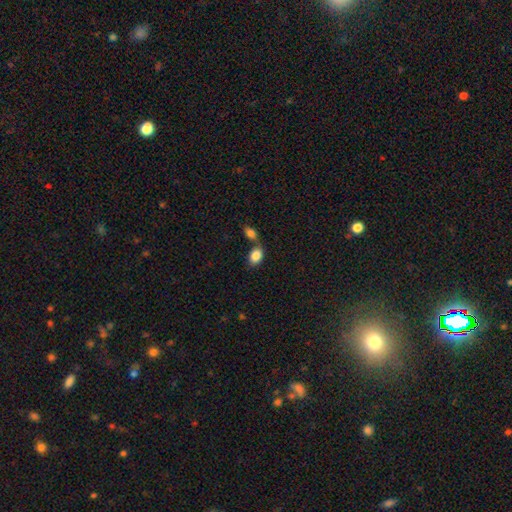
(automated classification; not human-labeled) Smooth or featured?
  - smooth: 86% *
  - star or artifact: 7%
  - featured or disk: 6%
How rounded?
  - in between: 83% *
  - round: 16%
  - cigar-shaped: 1%
Merging?
  - none: 46% *
  - merger: 38%
  - minor disturbance: 11%
  - major disturbance: 4%